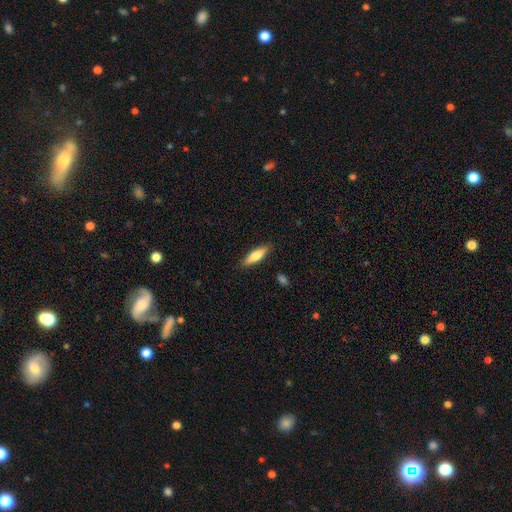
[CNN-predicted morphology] smooth-or-featured: smooth: 74% | featured or disk: 20% | star or artifact: 6%
  how-rounded: cigar-shaped: 61% | in between: 38% | round: 2%
  merging: none: 86% | minor disturbance: 10% | major disturbance: 2% | merger: 1%